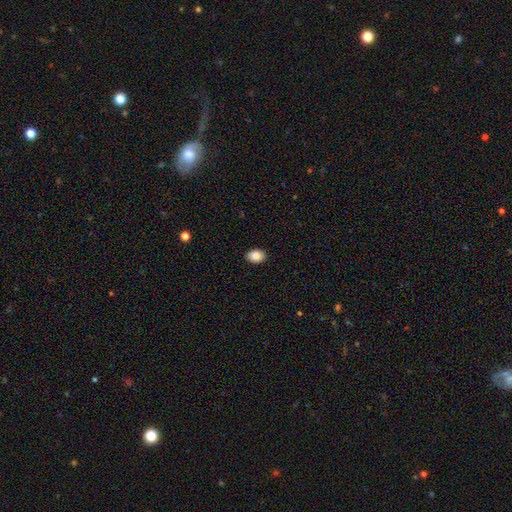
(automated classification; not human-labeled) Smooth or featured: smooth — 89% (star or artifact — 8%)
How rounded: in between — 79% (round — 20%)
Merging: none — 89% (minor disturbance — 8%)